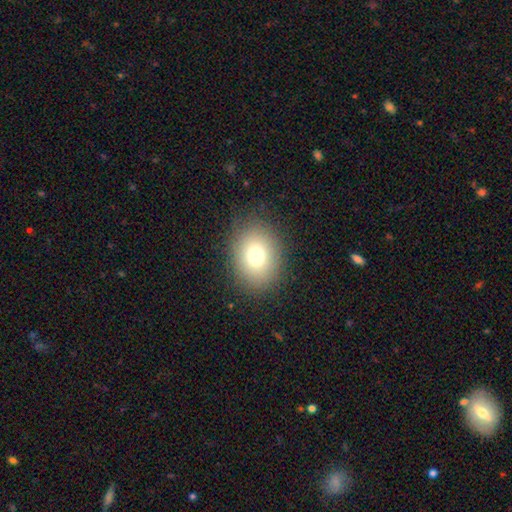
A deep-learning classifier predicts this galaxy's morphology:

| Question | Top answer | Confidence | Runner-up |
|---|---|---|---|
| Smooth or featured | smooth | 76% | featured or disk (12%) |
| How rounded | in between | 61% | round (38%) |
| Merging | none | 86% | minor disturbance (10%) |